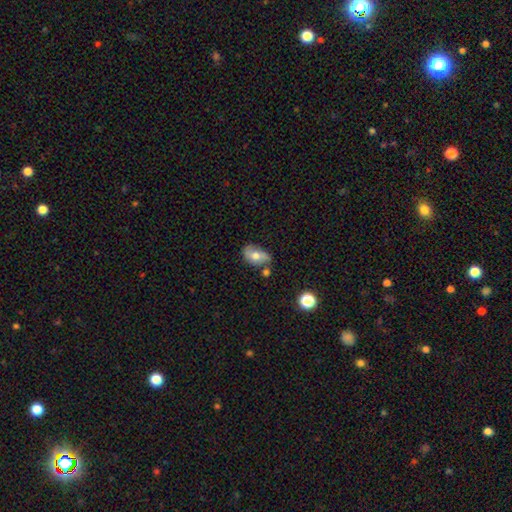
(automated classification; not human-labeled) Morphology: type=smooth (61%); roundness=in between (88%); merging=none (51%).